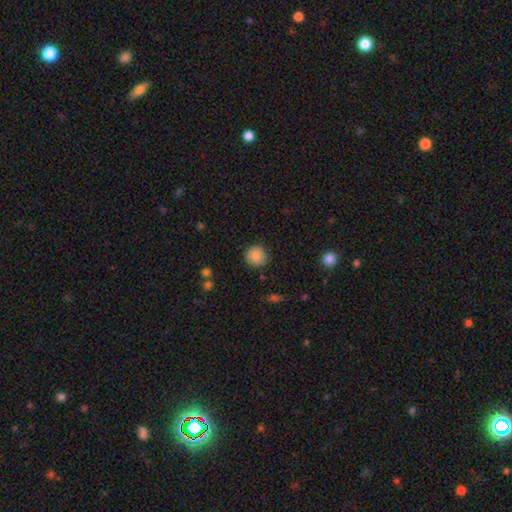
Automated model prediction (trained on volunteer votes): This is clearly a smooth galaxy (87%). How rounded: clearly round (91%). Merging: clearly none (88%).